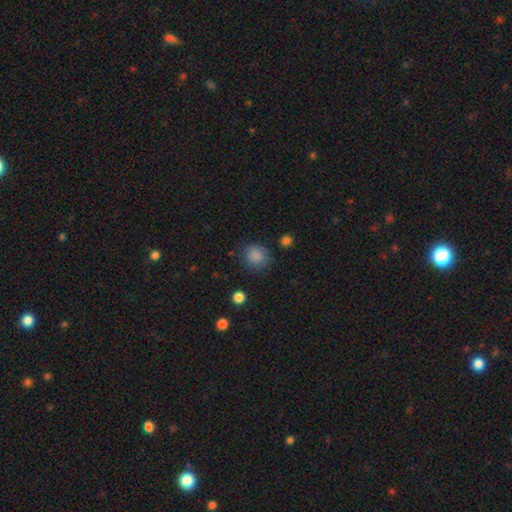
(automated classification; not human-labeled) Overall: smooth (86%). How rounded: round (87%). Merging: none (83%).